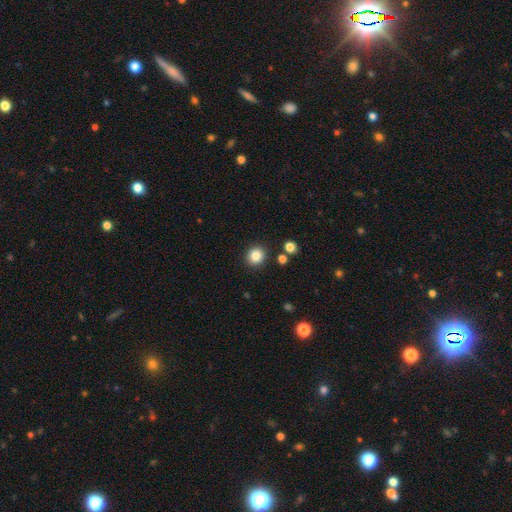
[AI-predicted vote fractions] Smooth or featured?
  - smooth: 84% *
  - star or artifact: 10%
  - featured or disk: 5%
How rounded?
  - round: 85% *
  - in between: 14%
  - cigar-shaped: 1%
Merging?
  - none: 88% *
  - minor disturbance: 6%
  - merger: 3%
  - major disturbance: 2%